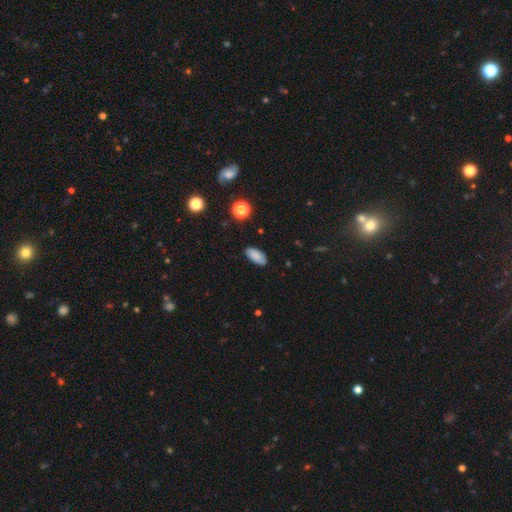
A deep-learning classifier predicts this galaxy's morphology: smooth 86%, star or artifact 8%, featured or disk 6%. Down the decision tree: how rounded — in between (91%); merging — none (86%).